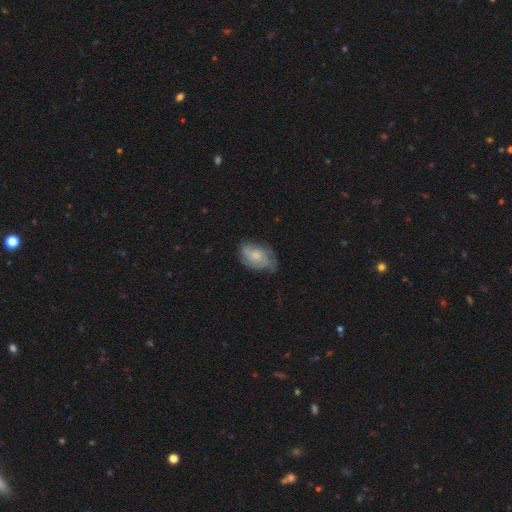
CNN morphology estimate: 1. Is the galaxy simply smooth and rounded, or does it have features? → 61% featured or disk, 32% smooth, 7% star or artifact.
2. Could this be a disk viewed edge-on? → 96% no, 4% yes.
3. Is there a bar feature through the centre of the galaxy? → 75% no, 23% weak, 3% strong.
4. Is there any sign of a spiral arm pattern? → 88% yes, 12% no.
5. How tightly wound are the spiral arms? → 49% tight, 38% medium, 14% loose.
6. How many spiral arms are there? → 42% 2, 30% can't tell, 17% 3, 4% 1, 4% 4, 3% more than 4.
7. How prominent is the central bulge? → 41% small, 40% moderate, 12% none, 6% large, 1% dominant.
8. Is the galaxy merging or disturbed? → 62% none, 27% minor disturbance, 9% major disturbance, 1% merger.